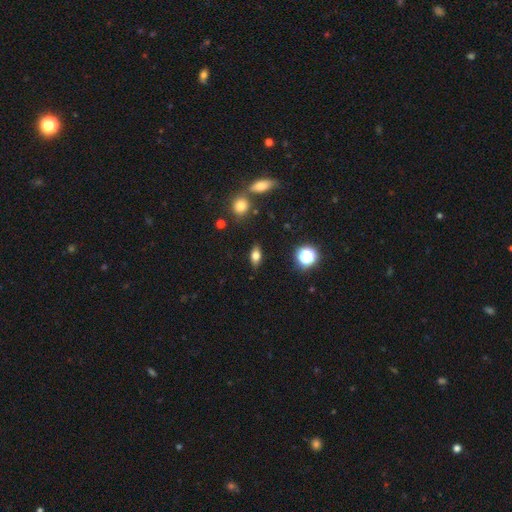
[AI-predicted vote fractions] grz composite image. It shows a smooth galaxy with no disk features (70%) that is in between round and cigar-shaped (78%). Merging: none (85%).